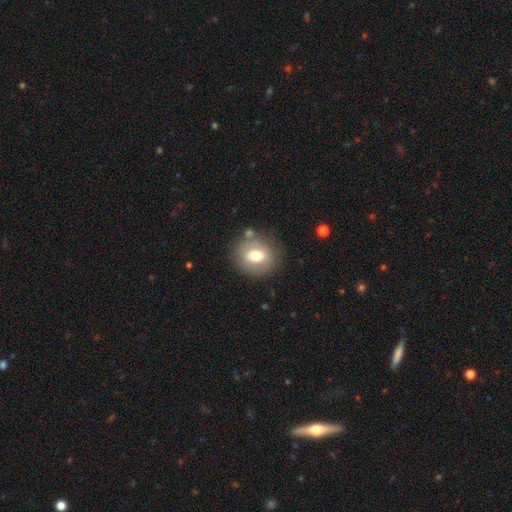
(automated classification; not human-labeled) The model was most divided on "smooth or featured": smooth: 65%, featured or disk: 26%, star or artifact: 9%. More confident: merging — none (77%); how rounded — round (71%).